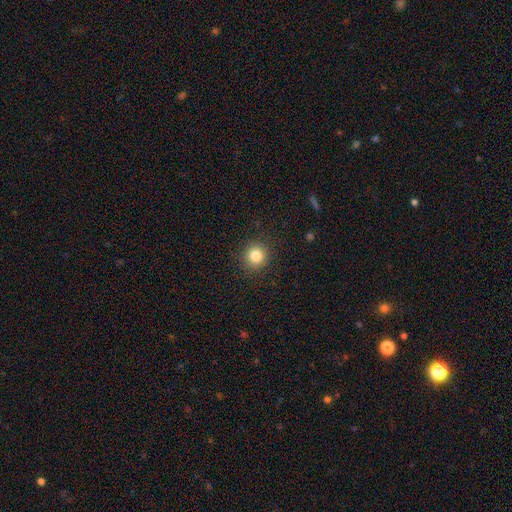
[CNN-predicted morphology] Smooth or featured? Predicted: smooth (p=0.83). How rounded? Predicted: round (p=0.92). Merging? Predicted: none (p=0.90).